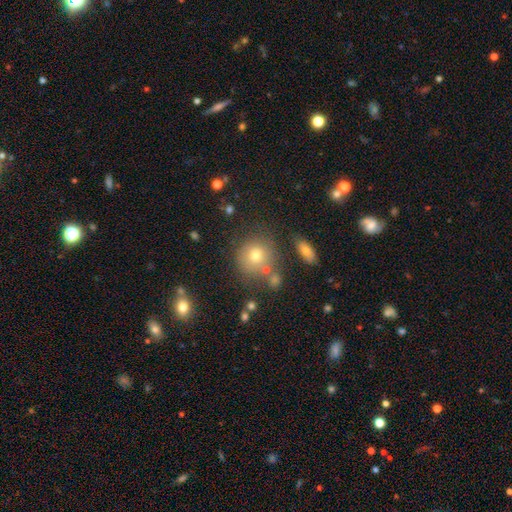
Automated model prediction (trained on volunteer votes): Overall: smooth (72%). How rounded: round (88%). Merging: none (70%).